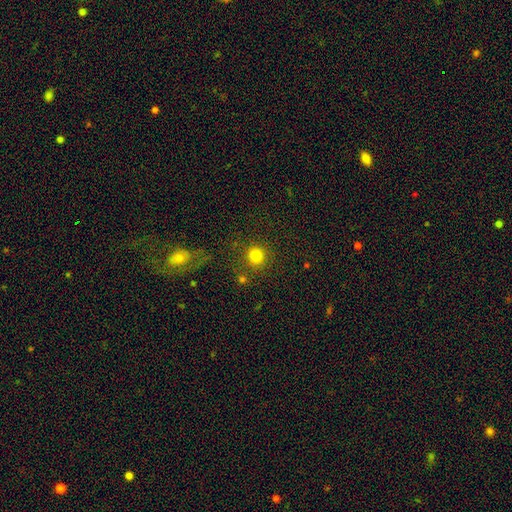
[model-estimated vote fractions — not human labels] This is clearly a smooth galaxy (82%). How rounded: clearly round (92%). Merging: clearly none (82%).